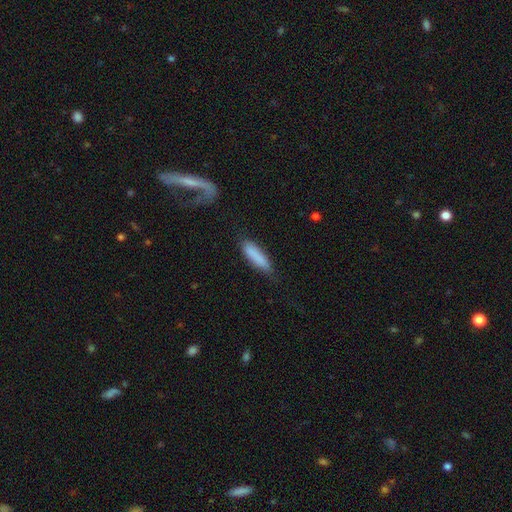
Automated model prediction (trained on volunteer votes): smooth-or-featured: smooth: 83% | featured or disk: 10% | star or artifact: 6%
  how-rounded: cigar-shaped: 69% | in between: 30% | round: 2%
  merging: none: 73% | minor disturbance: 18% | major disturbance: 6% | merger: 2%